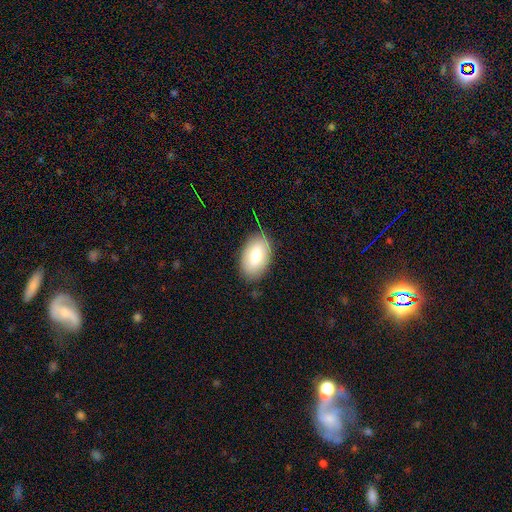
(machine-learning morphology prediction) type=smooth (75%); roundness=in between (93%); merging=none (82%).